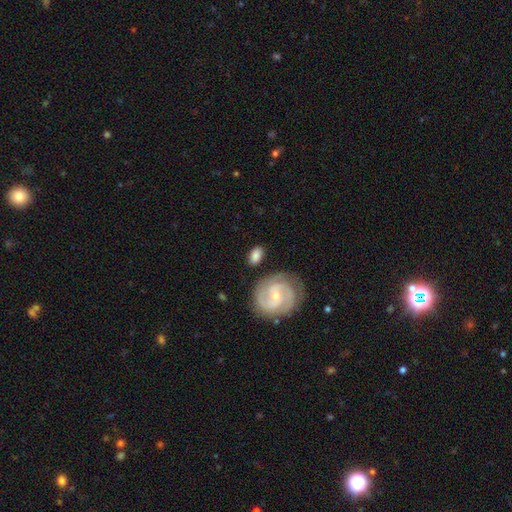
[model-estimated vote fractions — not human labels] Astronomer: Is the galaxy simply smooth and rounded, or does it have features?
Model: smooth — 58% (runner-up: featured or disk, 35%).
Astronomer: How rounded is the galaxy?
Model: in between — 80%.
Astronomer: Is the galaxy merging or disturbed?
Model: none — 75%.